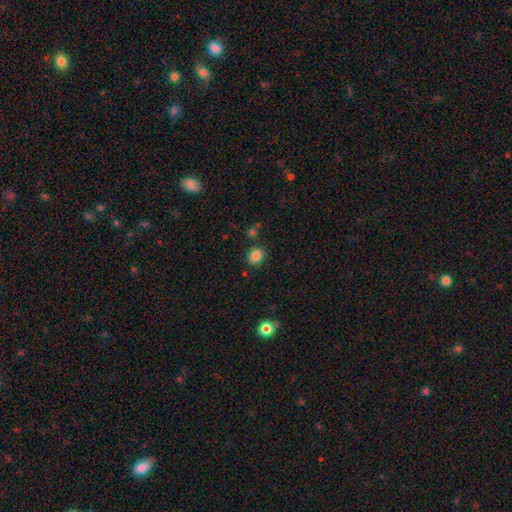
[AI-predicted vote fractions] smooth-or-featured: smooth: 84% | star or artifact: 11% | featured or disk: 5%
  how-rounded: round: 68% | in between: 31% | cigar-shaped: 1%
  merging: none: 83% | minor disturbance: 10% | merger: 4% | major disturbance: 3%